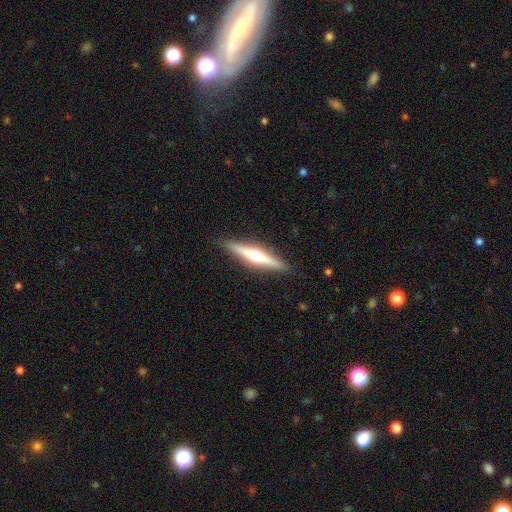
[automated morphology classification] Smooth or featured? featured or disk (63%)
Edge-on disk? yes (97%)
Edge-on bulge? rounded (91%)
Merging? none (90%)